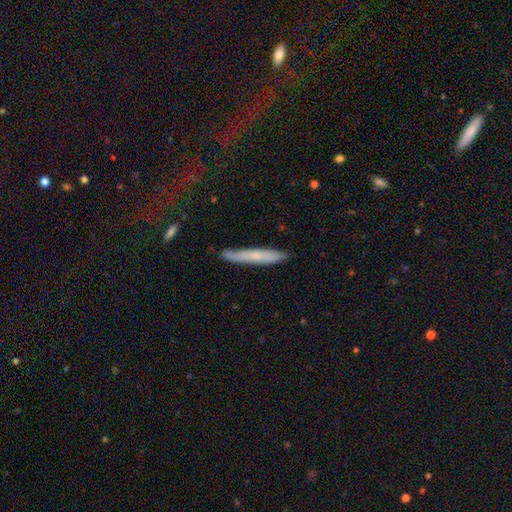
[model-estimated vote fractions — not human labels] The model was most divided on "smooth or featured": smooth: 58%, featured or disk: 36%, star or artifact: 7%. More confident: how rounded — cigar-shaped (95%); merging — none (83%).